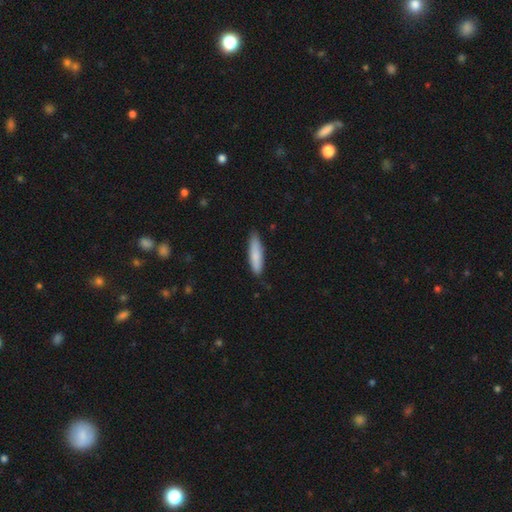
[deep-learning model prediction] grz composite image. It shows a smooth galaxy with no disk features (83%) that is cigar-shaped (73%). Merging: none (83%).